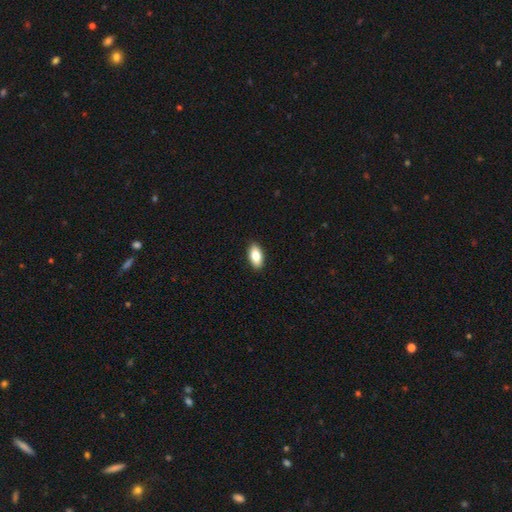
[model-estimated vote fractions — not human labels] This appears to be a smooth galaxy with no disk features (81%) that is in between round and cigar-shaped (91%). Merging: none (91%).